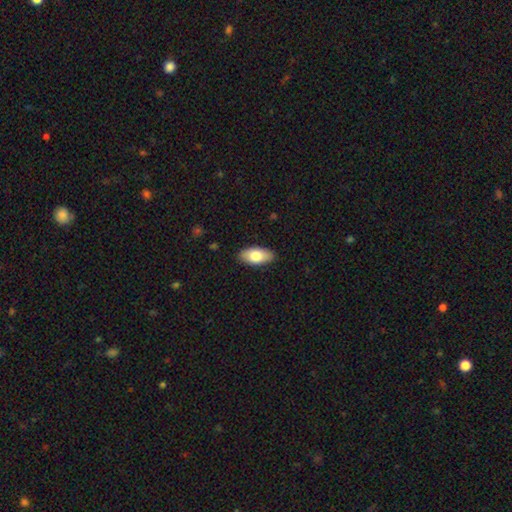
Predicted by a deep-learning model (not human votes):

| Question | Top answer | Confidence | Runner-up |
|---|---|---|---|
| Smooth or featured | smooth | 78% | featured or disk (16%) |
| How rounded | in between | 90% | cigar-shaped (7%) |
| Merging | none | 88% | minor disturbance (9%) |